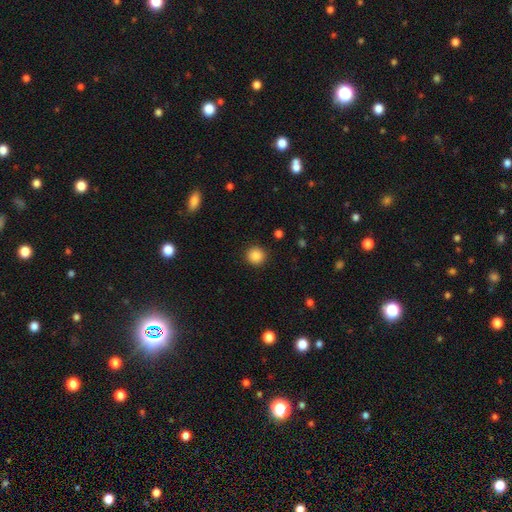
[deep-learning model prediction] smooth-or-featured: smooth: 86% | star or artifact: 10% | featured or disk: 4%
  how-rounded: round: 94% | in between: 5% | cigar-shaped: 1%
  merging: none: 92% | minor disturbance: 5% | major disturbance: 2% | merger: 1%